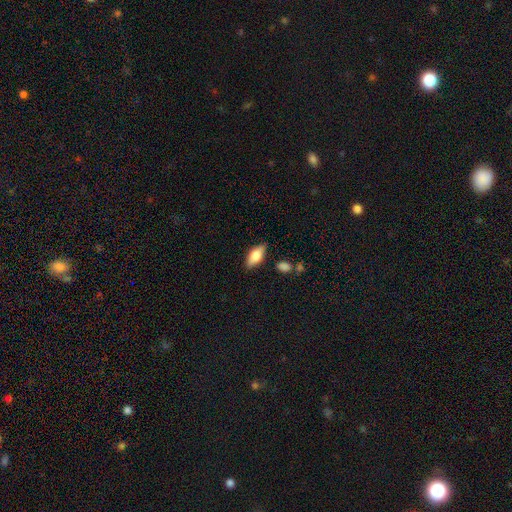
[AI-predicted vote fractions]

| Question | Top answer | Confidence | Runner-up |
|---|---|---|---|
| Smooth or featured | smooth | 73% | featured or disk (20%) |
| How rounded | in between | 86% | cigar-shaped (11%) |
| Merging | none | 82% | minor disturbance (13%) |